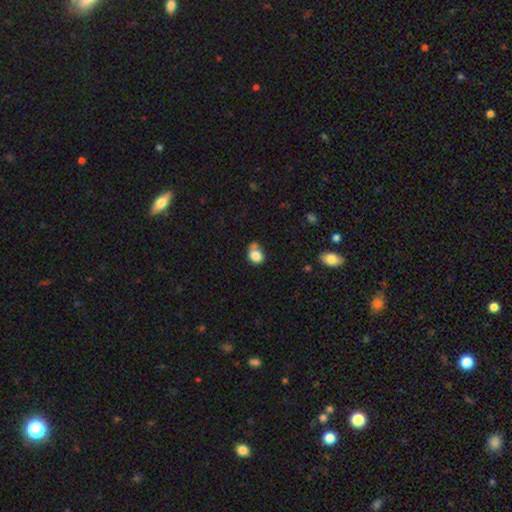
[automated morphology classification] smooth 82%, star or artifact 10%, featured or disk 8%. Down the decision tree: how rounded — round (56%); merging — none (45%).